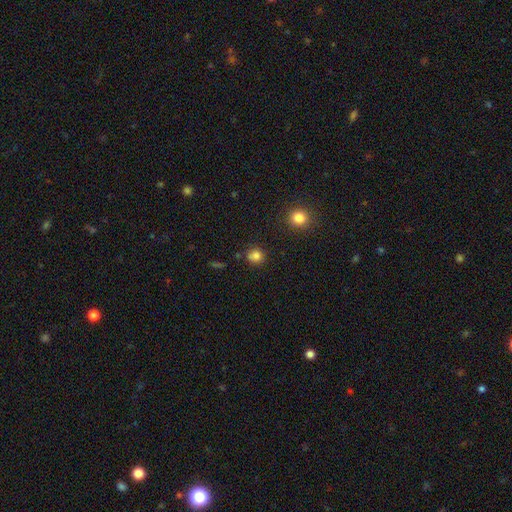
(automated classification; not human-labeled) Smooth or featured? Predicted: smooth (p=0.82). How rounded? Predicted: round (p=0.84). Merging? Predicted: none (p=0.78).